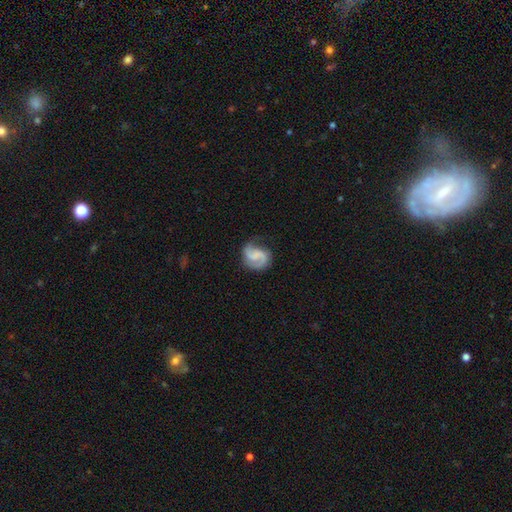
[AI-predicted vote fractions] The model was most divided on "bar": weak: 45%, no: 40%, strong: 15%. Remaining: edge-on disk — no (98%); spiral arms — yes (96%); spiral arm count — 2 (87%); smooth or featured — featured or disk (80%); merging — none (67%); bulge size — none (57%); spiral winding — medium (47%).